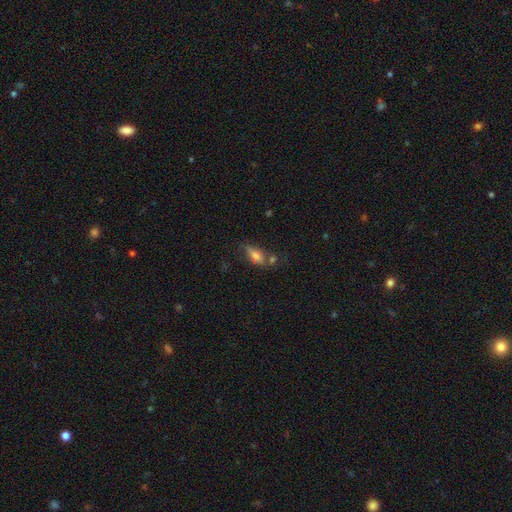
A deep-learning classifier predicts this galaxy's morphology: This appears to be a smooth galaxy with no disk features (61%) that is in between round and cigar-shaped (69%). Merging: none (53%).